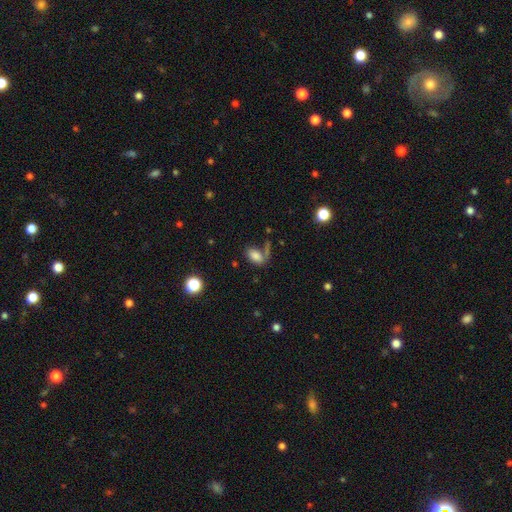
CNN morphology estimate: Smooth or featured?
  - smooth: 78% *
  - star or artifact: 11%
  - featured or disk: 11%
How rounded?
  - in between: 89% *
  - round: 8%
  - cigar-shaped: 3%
Merging?
  - none: 50% *
  - merger: 21%
  - minor disturbance: 16%
  - major disturbance: 14%